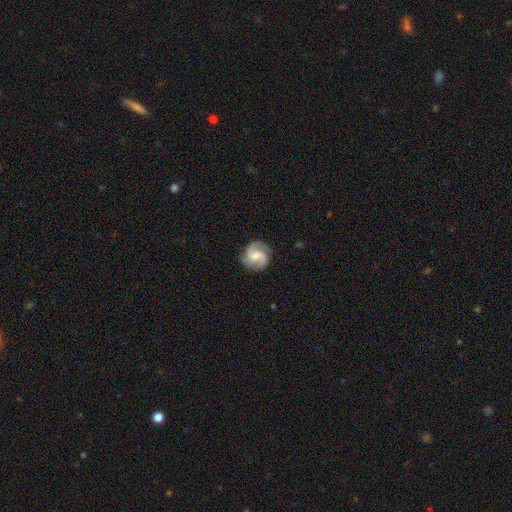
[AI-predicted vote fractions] Q: Smooth or featured?
A: featured or disk (82%); runner-up: smooth (12%)
Q: Edge-on disk?
A: no (98%); runner-up: yes (2%)
Q: Bar?
A: no (46%); runner-up: weak (43%)
Q: Spiral arms?
A: yes (97%); runner-up: no (3%)
Q: Spiral winding?
A: medium (52%); runner-up: tight (28%)
Q: Spiral arm count?
A: 2 (75%); runner-up: 3 (14%)
Q: Bulge size?
A: small (45%); runner-up: moderate (44%)
Q: Merging?
A: none (83%); runner-up: minor disturbance (12%)